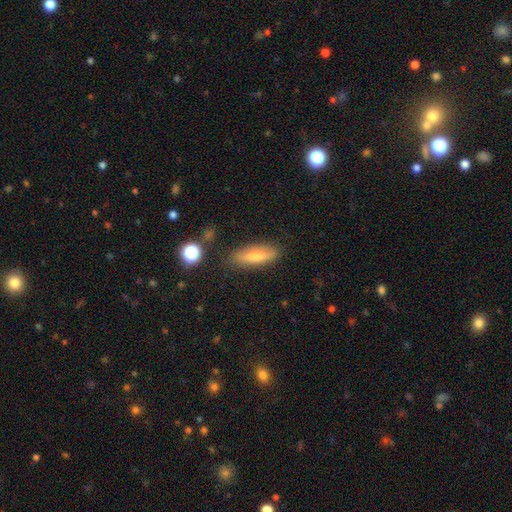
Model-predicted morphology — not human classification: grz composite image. It shows a smooth galaxy with no disk features (63%) that is cigar-shaped (51%). Merging: none (83%).